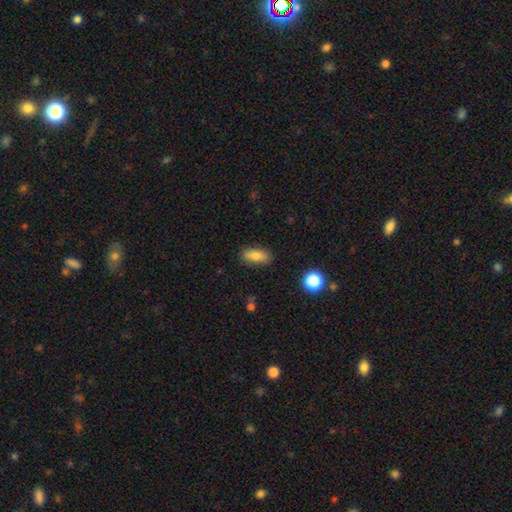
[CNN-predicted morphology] Smooth or featured? smooth (79%)
How rounded? in between (84%)
Merging? none (85%)